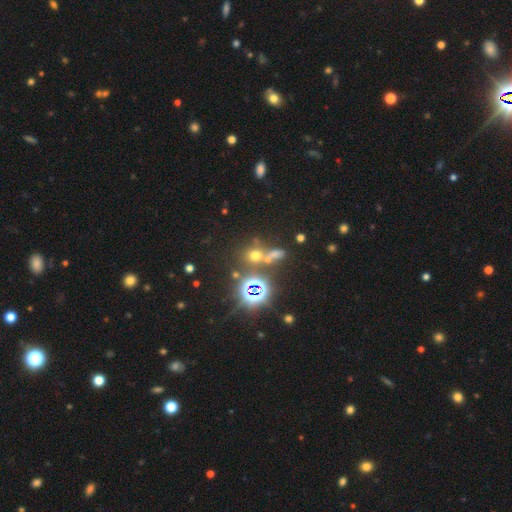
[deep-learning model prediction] Smooth or featured: smooth — 46% (star or artifact — 43%)
Merging: none — 56% (merger — 28%)